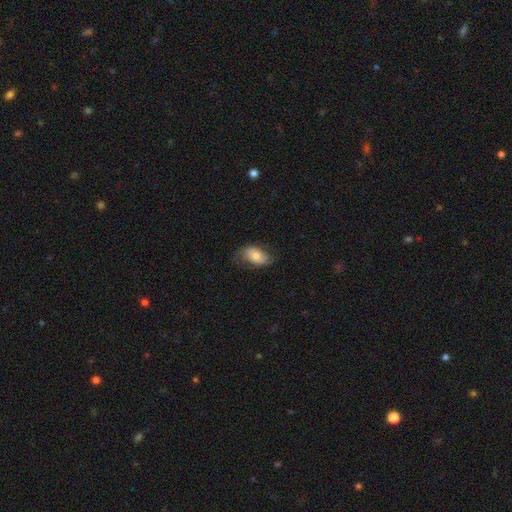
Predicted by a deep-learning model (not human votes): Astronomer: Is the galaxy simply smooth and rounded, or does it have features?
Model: smooth — 55% (runner-up: featured or disk, 38%).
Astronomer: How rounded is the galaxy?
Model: in between — 89%.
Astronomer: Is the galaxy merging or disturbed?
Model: none — 59%.